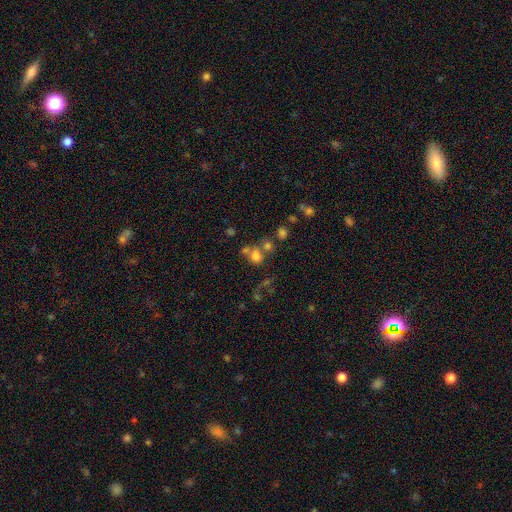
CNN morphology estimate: This appears to be a smooth galaxy with no disk features (69%) that is round (73%). Merging: none (47%).